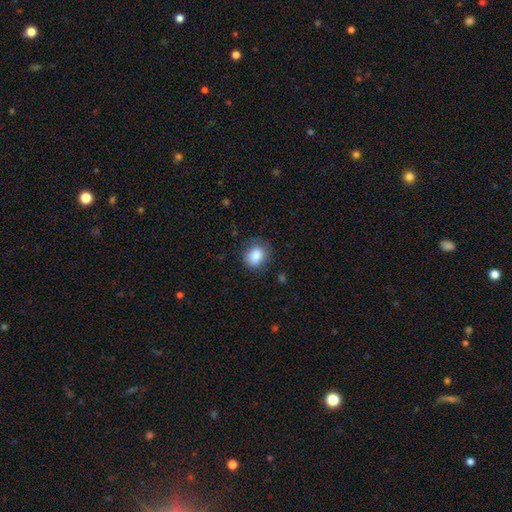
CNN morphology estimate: Smooth or featured? smooth (85%)
How rounded? round (57%)
Merging? none (75%)